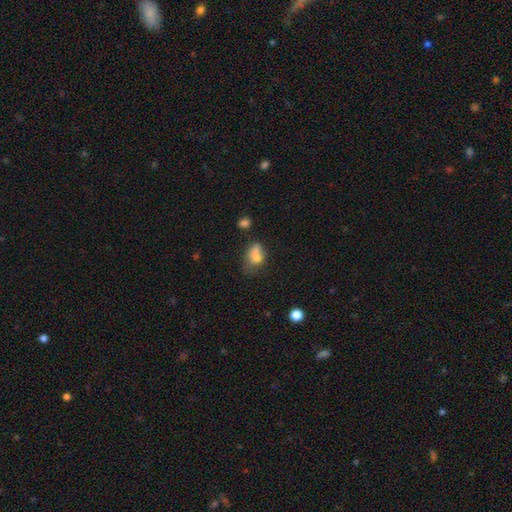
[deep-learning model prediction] smooth-or-featured: smooth: 71% | featured or disk: 17% | star or artifact: 12%
  how-rounded: in between: 73% | round: 24% | cigar-shaped: 3%
  merging: none: 30% | merger: 26% | minor disturbance: 25% | major disturbance: 20%